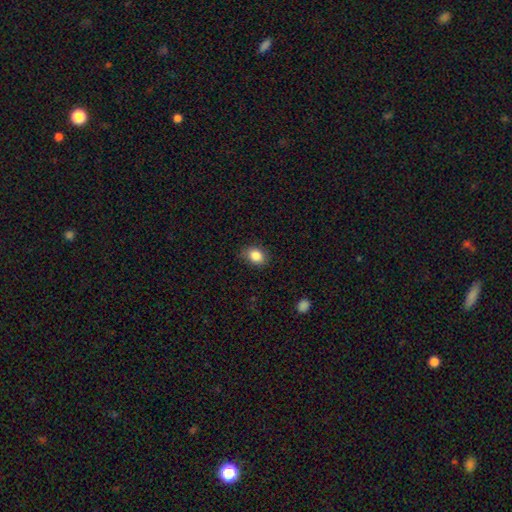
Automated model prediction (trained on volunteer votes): A smooth galaxy with no disk features (86%) that is in between round and cigar-shaped (53%).

Vote fractions:
- Smooth or featured? smooth: 86% / star or artifact: 9% / featured or disk: 5%
- How rounded? in between: 53% / round: 46% / cigar-shaped: 1%
- Merging? none: 80% / minor disturbance: 15% / major disturbance: 3% / merger: 1%